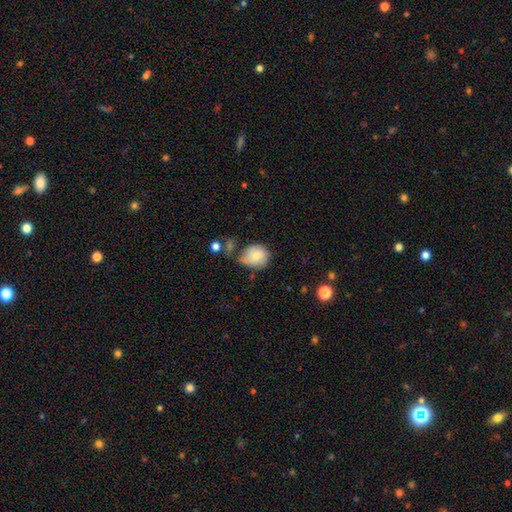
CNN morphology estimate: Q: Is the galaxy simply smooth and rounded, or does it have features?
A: smooth — 70%.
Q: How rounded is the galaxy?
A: round — 70%.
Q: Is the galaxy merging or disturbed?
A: none — 40%.